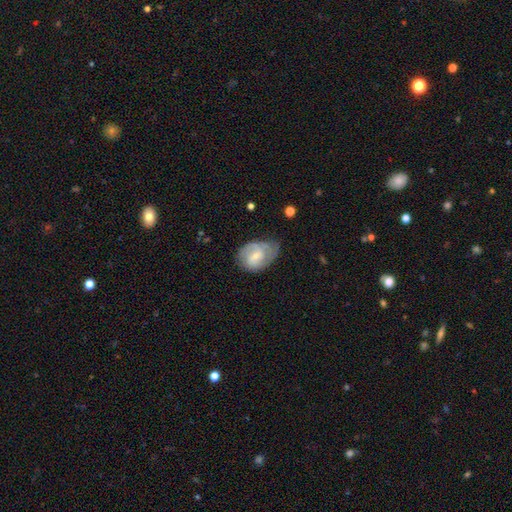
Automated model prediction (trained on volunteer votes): featured or disk 56%, smooth 37%, star or artifact 6%. Down the decision tree: edge-on disk — no (97%); bar — weak (51%); spiral arms — yes (80%); bulge size — small (60%); merging — none (45%).